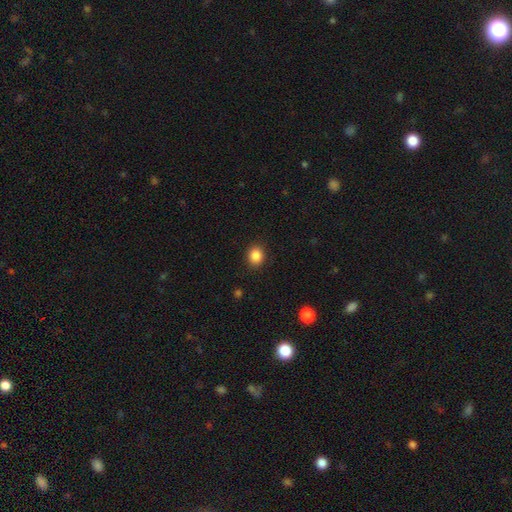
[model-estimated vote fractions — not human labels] Q: Smooth or featured?
A: smooth (86%); runner-up: star or artifact (10%)
Q: How rounded?
A: round (70%); runner-up: in between (29%)
Q: Merging?
A: none (90%); runner-up: minor disturbance (7%)